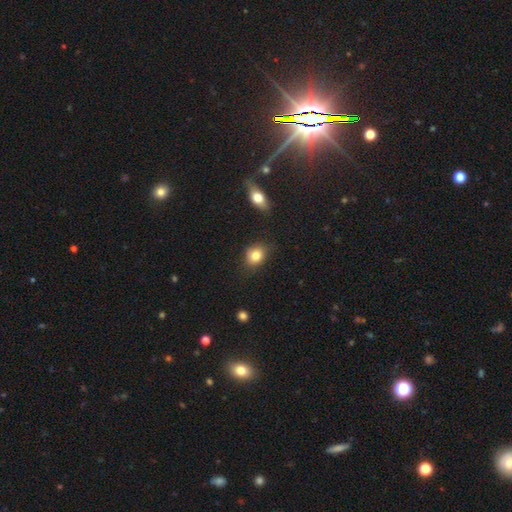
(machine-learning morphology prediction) type=smooth (82%); roundness=round (62%); merging=none (76%).